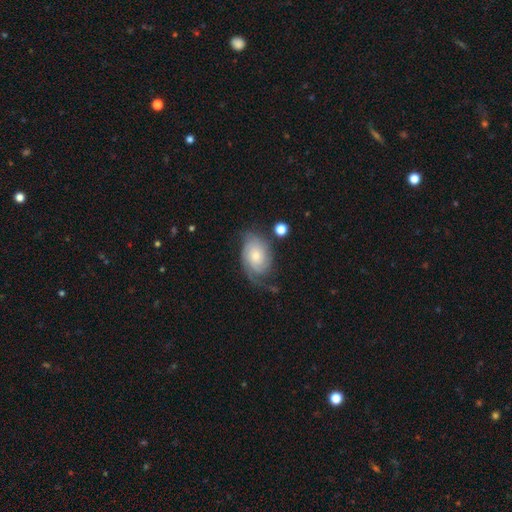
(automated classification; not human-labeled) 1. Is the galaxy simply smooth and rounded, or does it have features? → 71% featured or disk, 23% smooth, 7% star or artifact.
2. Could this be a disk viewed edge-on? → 96% no, 4% yes.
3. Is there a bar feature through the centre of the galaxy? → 75% no, 22% weak, 3% strong.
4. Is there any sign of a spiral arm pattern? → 92% yes, 8% no.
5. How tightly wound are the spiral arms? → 59% tight, 29% medium, 12% loose.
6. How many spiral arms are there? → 35% 2, 34% can't tell, 13% 3, 9% 1, 5% 4, 4% more than 4.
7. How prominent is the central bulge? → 48% small, 44% moderate, 4% large, 3% none, 1% dominant.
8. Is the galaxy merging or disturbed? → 58% none, 24% minor disturbance, 14% major disturbance, 3% merger.